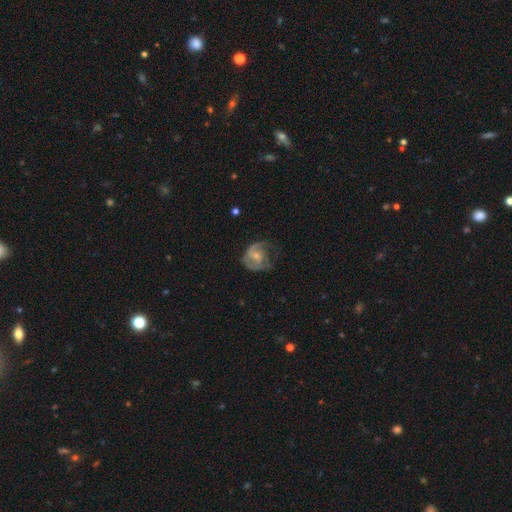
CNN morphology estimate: smooth_or_featured: featured or disk (p=0.74) [alt: smooth p=0.20]
disk_edge_on: no (p=0.98) [alt: yes p=0.02]
bar: no (p=0.61) [alt: weak p=0.33]
has_spiral_arms: yes (p=0.87) [alt: no p=0.13]
spiral_winding: medium (p=0.46) [alt: tight p=0.32]
spiral_arm_count: 2 (p=0.58) [alt: can't tell p=0.16]
bulge_size: small (p=0.54) [alt: moderate p=0.40]
merging: none (p=0.46) [alt: minor disturbance p=0.27]